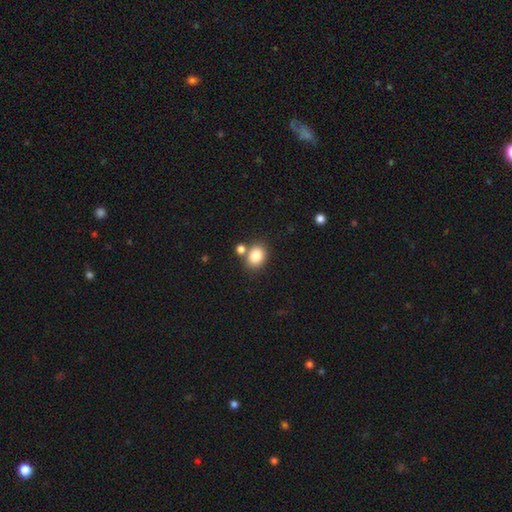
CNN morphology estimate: smooth-or-featured: smooth: 84% | star or artifact: 10% | featured or disk: 6%
  how-rounded: in between: 53% | round: 46% | cigar-shaped: 1%
  merging: none: 68% | merger: 19% | minor disturbance: 10% | major disturbance: 3%